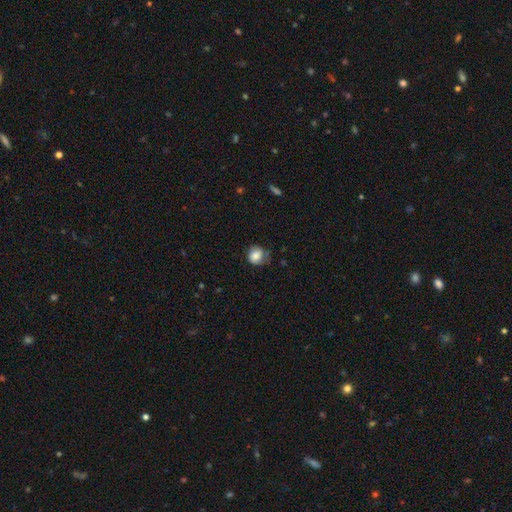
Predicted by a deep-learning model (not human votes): This appears to be a smooth galaxy with no disk features (78%) that is round (76%). Merging: none (59%).